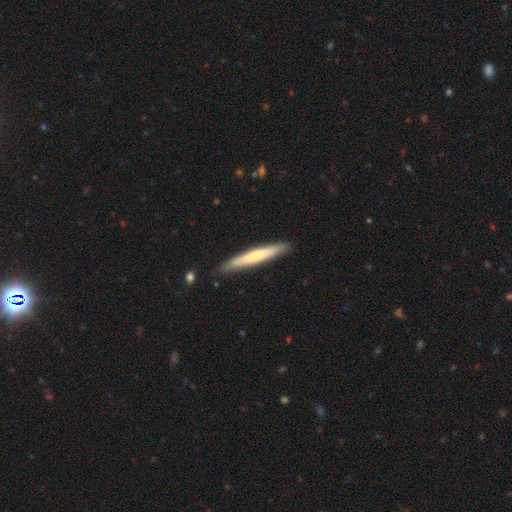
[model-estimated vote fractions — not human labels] smooth-or-featured: smooth: 58% | featured or disk: 37% | star or artifact: 5%
  how-rounded: cigar-shaped: 95% | in between: 4% | round: 1%
  merging: none: 85% | minor disturbance: 11% | major disturbance: 2% | merger: 1%